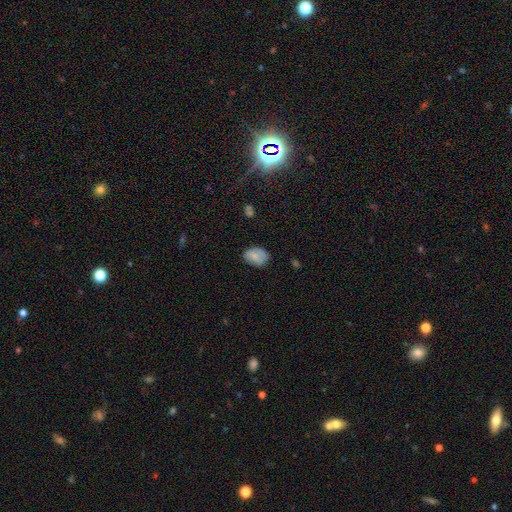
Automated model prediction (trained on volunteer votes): Smooth or featured? Predicted: smooth (p=0.71). How rounded? Predicted: in between (p=0.81). Merging? Predicted: none (p=0.73).